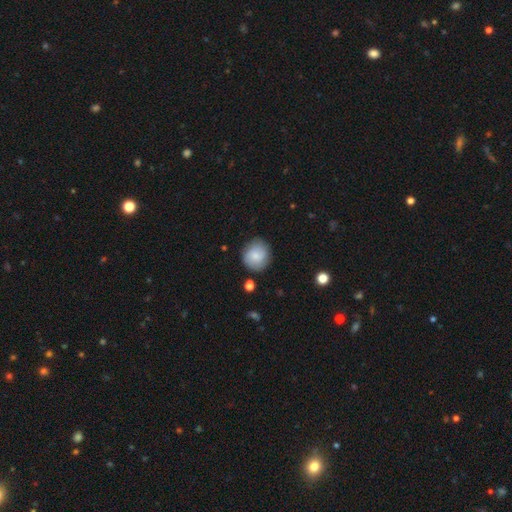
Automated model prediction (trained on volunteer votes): A smooth galaxy with no disk features (75%) that is round (87%). Merging: none (81%).